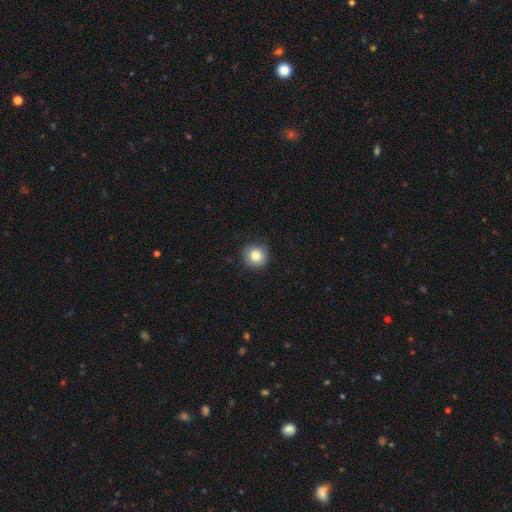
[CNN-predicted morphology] smooth-or-featured: smooth: 84% | star or artifact: 9% | featured or disk: 7%
  how-rounded: round: 93% | in between: 6% | cigar-shaped: 1%
  merging: none: 87% | minor disturbance: 10% | major disturbance: 2% | merger: 1%